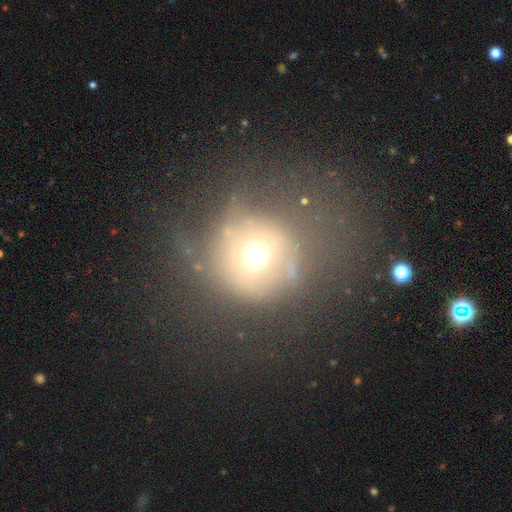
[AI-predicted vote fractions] A smooth galaxy with no disk features (50%).

Vote fractions:
- Smooth or featured? smooth: 50% / featured or disk: 33% / star or artifact: 17%
- Merging? none: 52% / major disturbance: 25% / minor disturbance: 19% / merger: 3%